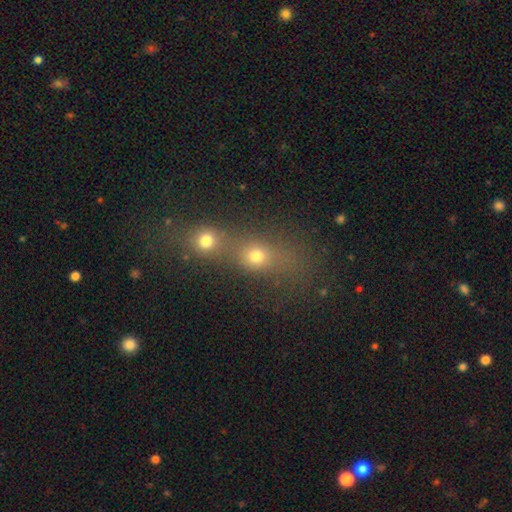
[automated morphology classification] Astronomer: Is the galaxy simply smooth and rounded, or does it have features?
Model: smooth — 53%.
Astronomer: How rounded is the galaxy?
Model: round — 56% (runner-up: in between, 34%).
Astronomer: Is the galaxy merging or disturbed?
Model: merger — 72%.